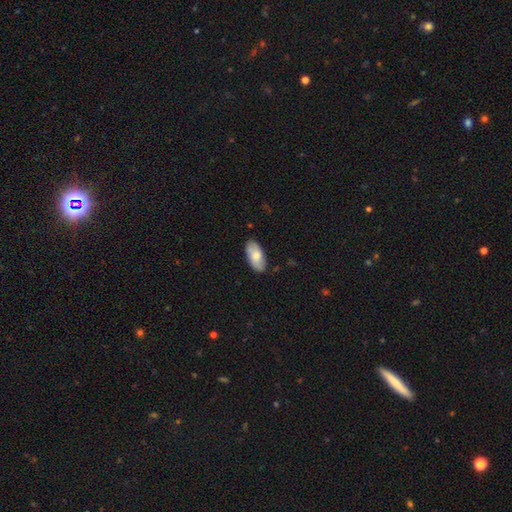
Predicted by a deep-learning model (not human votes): This appears to be a smooth galaxy with no disk features (74%) that is in between round and cigar-shaped (93%). Merging: none (85%).